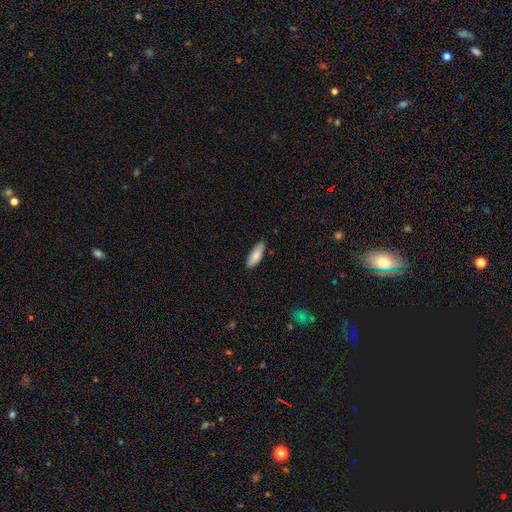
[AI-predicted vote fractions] smooth-or-featured: smooth: 85% | featured or disk: 9% | star or artifact: 6%
  how-rounded: in between: 68% | cigar-shaped: 31% | round: 2%
  merging: none: 82% | minor disturbance: 14% | major disturbance: 2% | merger: 1%